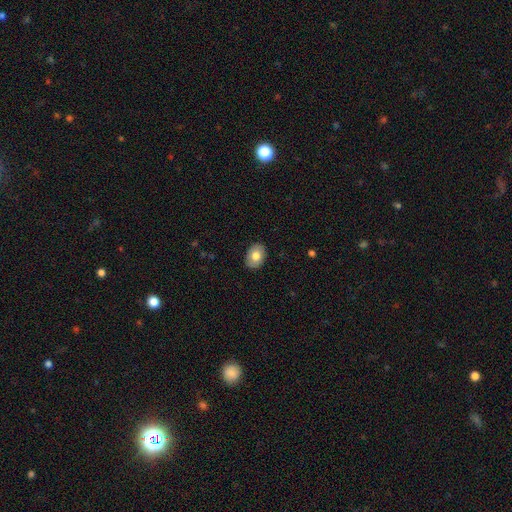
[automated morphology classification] smooth-or-featured: smooth: 76% | featured or disk: 17% | star or artifact: 7%
  how-rounded: in between: 72% | round: 27% | cigar-shaped: 1%
  merging: none: 89% | minor disturbance: 9% | major disturbance: 2% | merger: 1%